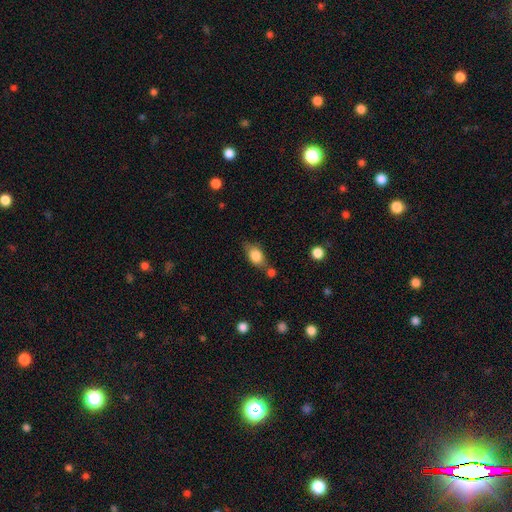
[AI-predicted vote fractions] smooth 79%, featured or disk 13%, star or artifact 8%. Down the decision tree: how rounded — in between (80%); merging — none (56%).